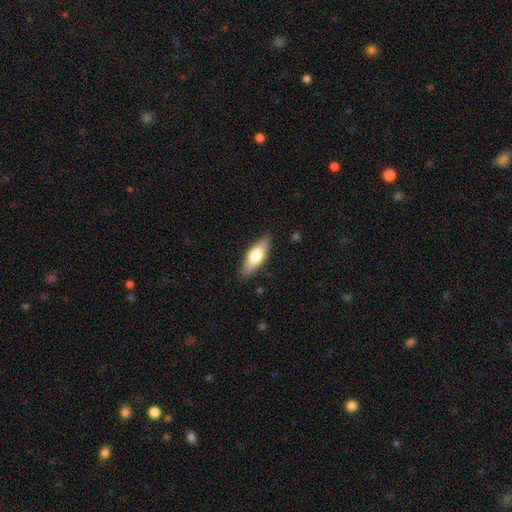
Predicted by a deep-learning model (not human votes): Smooth or featured? Predicted: smooth (p=0.59). How rounded? Predicted: in between (p=0.61). Merging? Predicted: none (p=0.87).